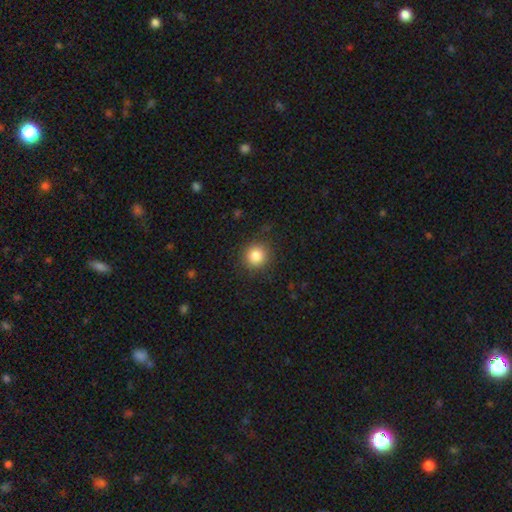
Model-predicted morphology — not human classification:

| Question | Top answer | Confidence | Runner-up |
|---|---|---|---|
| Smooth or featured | smooth | 84% | star or artifact (11%) |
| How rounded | round | 93% | in between (6%) |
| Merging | none | 88% | minor disturbance (8%) |